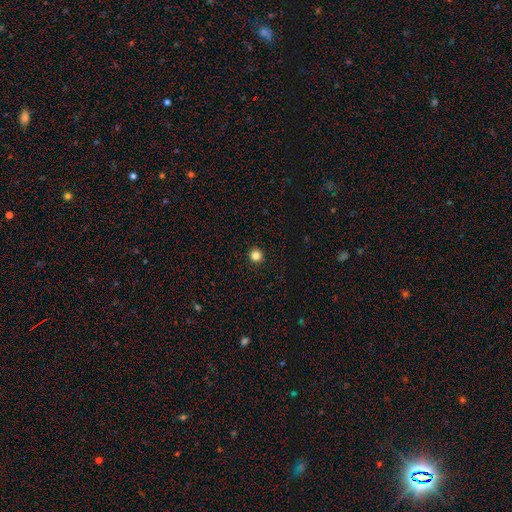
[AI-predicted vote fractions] Smooth or featured? smooth (84%)
How rounded? round (94%)
Merging? none (93%)